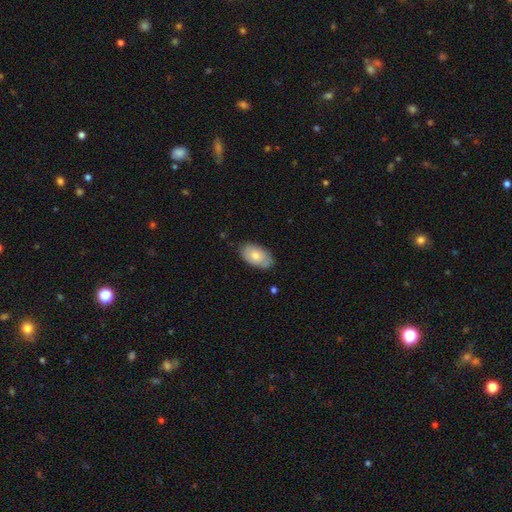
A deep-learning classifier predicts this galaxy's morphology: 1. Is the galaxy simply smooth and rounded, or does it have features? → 72% smooth, 22% featured or disk, 6% star or artifact.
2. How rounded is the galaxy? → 94% in between, 5% round, 1% cigar-shaped.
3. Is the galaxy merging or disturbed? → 79% none, 17% minor disturbance, 3% major disturbance, 1% merger.